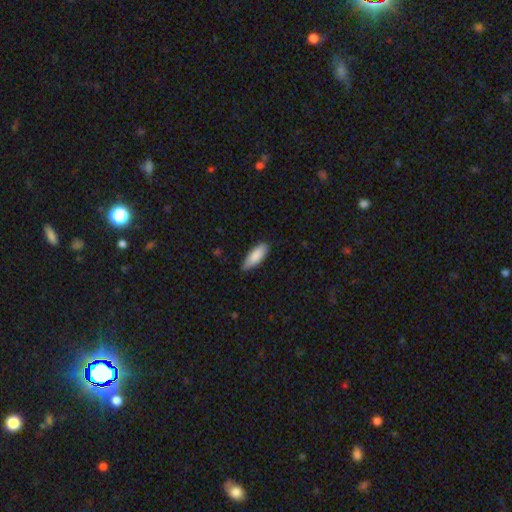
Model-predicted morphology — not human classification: Smooth or featured?
  - smooth: 87% *
  - featured or disk: 8%
  - star or artifact: 6%
How rounded?
  - in between: 70% *
  - cigar-shaped: 28%
  - round: 2%
Merging?
  - none: 76% *
  - minor disturbance: 21%
  - major disturbance: 2%
  - merger: 1%